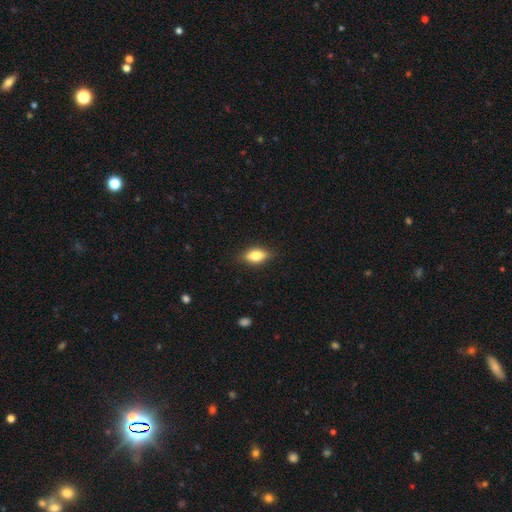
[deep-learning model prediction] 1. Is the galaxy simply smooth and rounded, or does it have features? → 75% smooth, 18% featured or disk, 8% star or artifact.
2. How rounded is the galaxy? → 82% in between, 12% cigar-shaped, 6% round.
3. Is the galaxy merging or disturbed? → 86% none, 11% minor disturbance, 2% major disturbance, 1% merger.